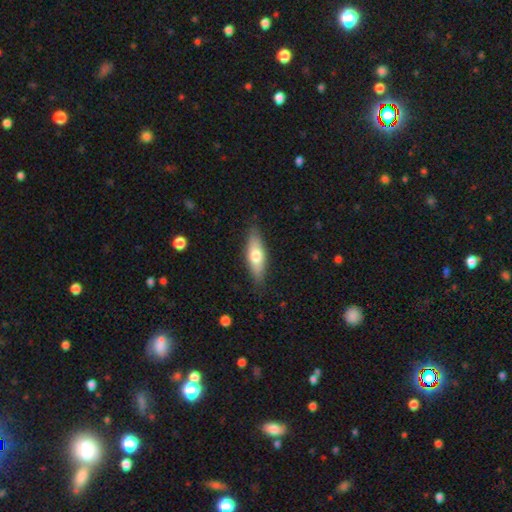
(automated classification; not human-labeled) Overall: smooth (64%; featured or disk 30%). How rounded: in between (51%; cigar-shaped 47%). Merging: none (84%).